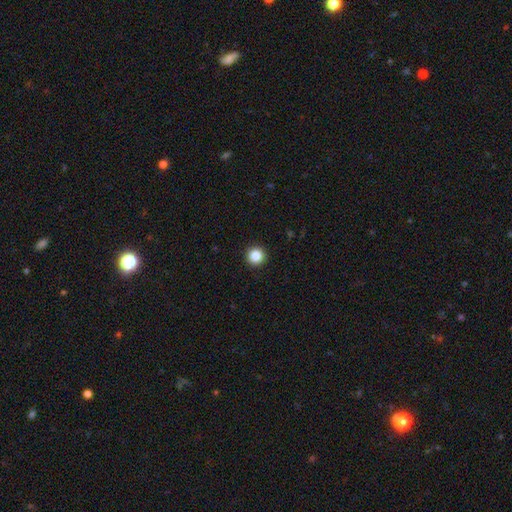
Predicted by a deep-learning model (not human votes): smooth 86%, star or artifact 11%, featured or disk 4%. Down the decision tree: how rounded — round (96%); merging — none (94%).